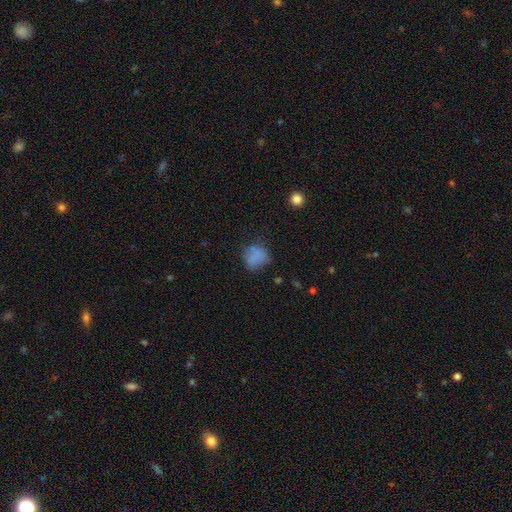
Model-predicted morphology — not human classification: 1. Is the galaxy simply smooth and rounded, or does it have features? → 77% smooth, 12% star or artifact, 12% featured or disk.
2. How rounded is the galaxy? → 70% round, 29% in between, 1% cigar-shaped.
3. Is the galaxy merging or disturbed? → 59% none, 25% minor disturbance, 12% major disturbance, 4% merger.